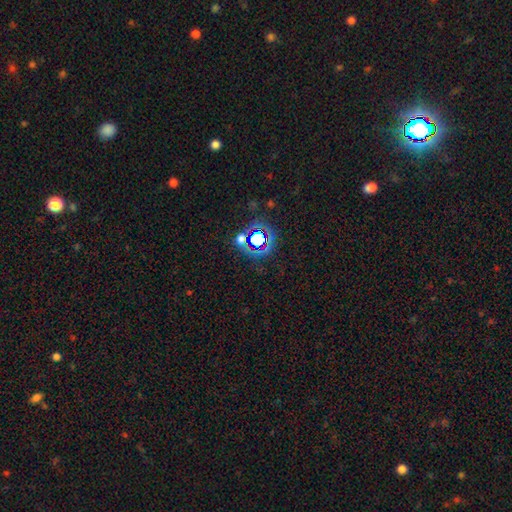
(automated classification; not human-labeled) Smooth or featured? star or artifact (75%)